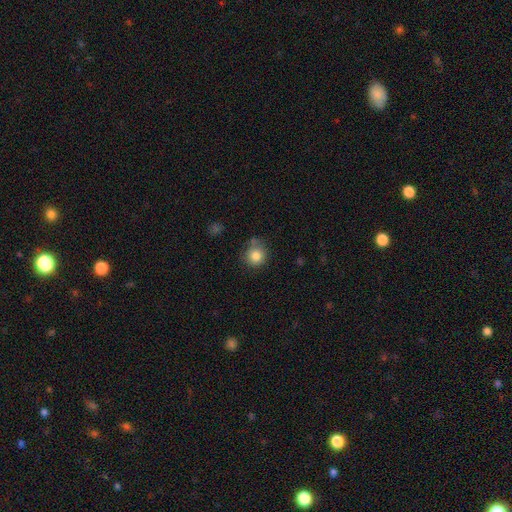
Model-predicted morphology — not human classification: smooth-or-featured: smooth: 83% | star or artifact: 10% | featured or disk: 7%
  how-rounded: round: 88% | in between: 11% | cigar-shaped: 1%
  merging: none: 67% | minor disturbance: 19% | merger: 8% | major disturbance: 5%